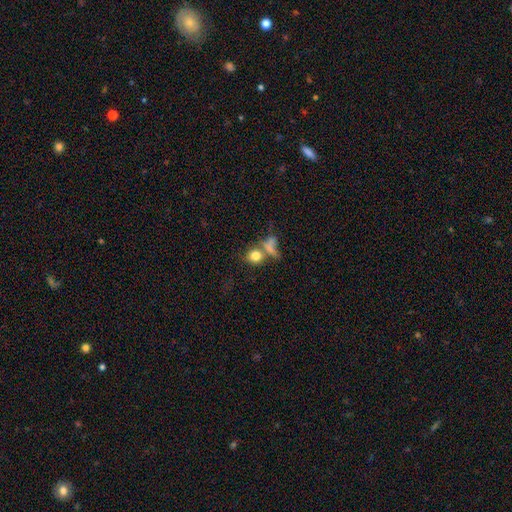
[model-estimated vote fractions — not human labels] smooth_or_featured: smooth (p=0.77) [alt: featured or disk p=0.12]
how_rounded: round (p=0.70) [alt: in between p=0.27]
merging: none (p=0.42) [alt: merger p=0.38]